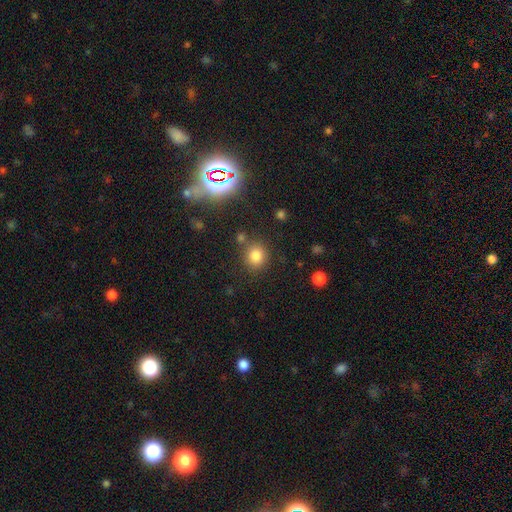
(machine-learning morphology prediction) Smooth or featured: smooth — 80% (star or artifact — 14%)
How rounded: round — 83% (in between — 15%)
Merging: none — 78% (minor disturbance — 10%)